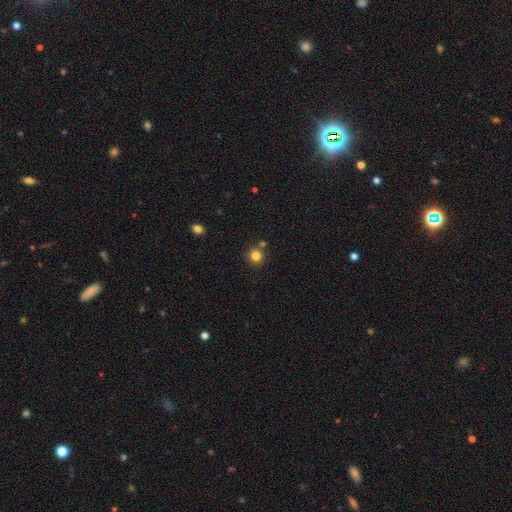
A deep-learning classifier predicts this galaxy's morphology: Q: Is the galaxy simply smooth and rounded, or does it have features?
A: smooth — 83%.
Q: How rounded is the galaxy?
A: round — 93%.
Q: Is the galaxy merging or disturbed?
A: none — 80%.